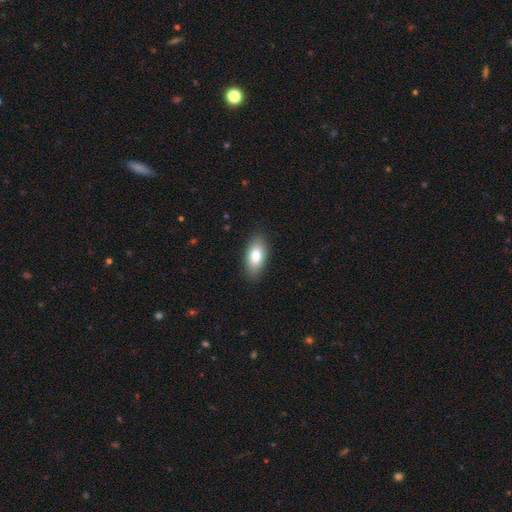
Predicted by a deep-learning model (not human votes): Q: Smooth or featured?
A: smooth (82%); runner-up: featured or disk (12%)
Q: How rounded?
A: in between (90%); runner-up: cigar-shaped (7%)
Q: Merging?
A: none (86%); runner-up: minor disturbance (10%)